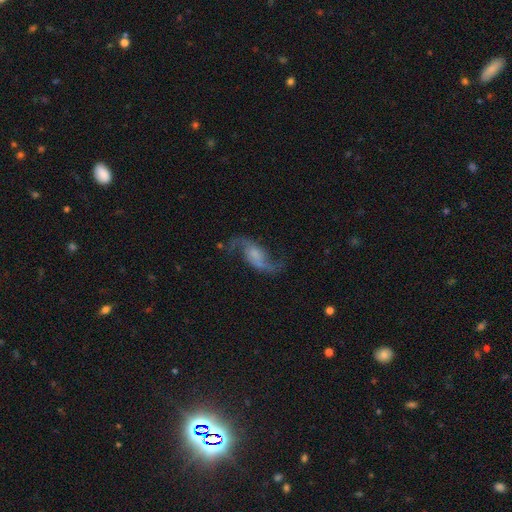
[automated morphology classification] The model was most divided on "bulge size": small: 36%, none: 29%, moderate: 24%, large: 8%, dominant: 2%. Remaining: spiral arms — yes (97%); edge-on disk — no (96%); spiral arm count — 2 (93%); smooth or featured — featured or disk (87%); spiral winding — loose (83%); merging — none (75%); bar — no (48%).